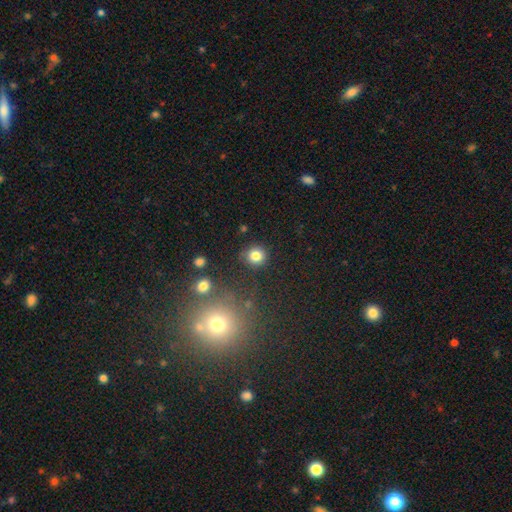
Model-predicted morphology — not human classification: Smooth or featured? Predicted: smooth (p=0.82). How rounded? Predicted: round (p=0.90). Merging? Predicted: none (p=0.87).